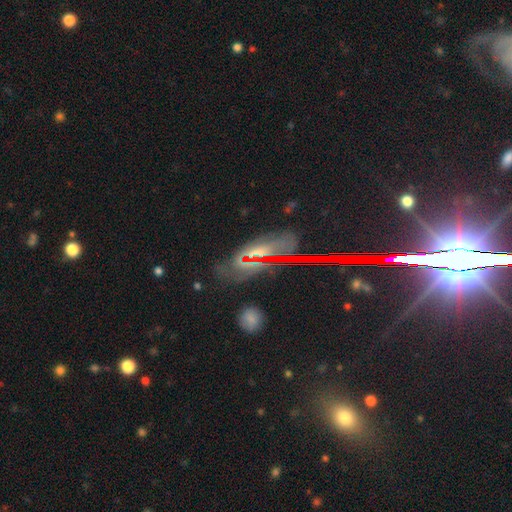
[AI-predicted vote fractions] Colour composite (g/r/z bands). It shows a featured or disk galaxy (43%). Merging: none (71%).